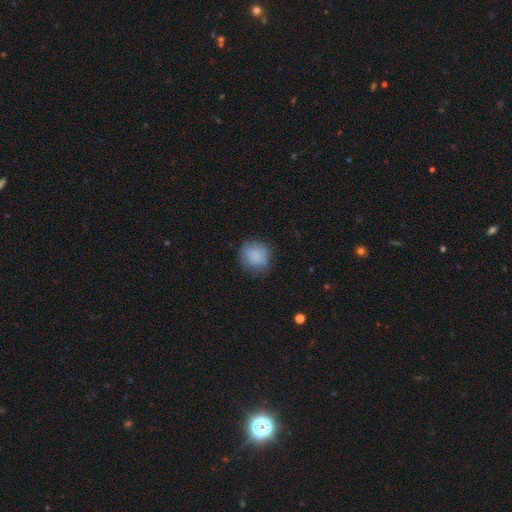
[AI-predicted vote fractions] smooth 82%, featured or disk 10%, star or artifact 8%. Down the decision tree: how rounded — round (86%); merging — none (71%).